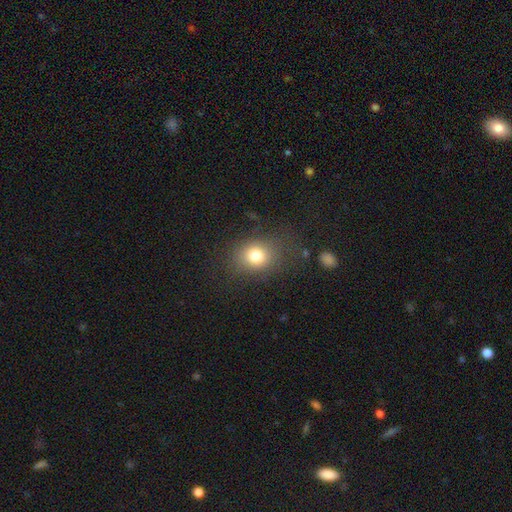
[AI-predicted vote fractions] A smooth galaxy with no disk features (77%) that is round (60%).

Vote fractions:
- Smooth or featured? smooth: 77% / star or artifact: 13% / featured or disk: 10%
- How rounded? round: 60% / in between: 39% / cigar-shaped: 1%
- Merging? none: 75% / minor disturbance: 14% / major disturbance: 9% / merger: 2%